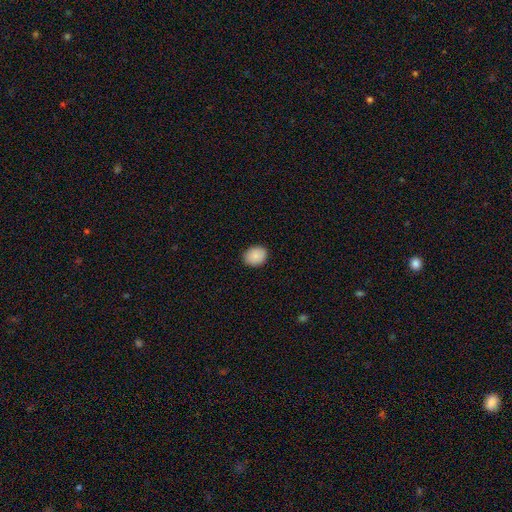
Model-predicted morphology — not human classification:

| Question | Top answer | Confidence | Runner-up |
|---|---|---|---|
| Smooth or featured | smooth | 88% | star or artifact (8%) |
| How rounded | in between | 50% | round (49%) |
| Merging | none | 89% | minor disturbance (8%) |